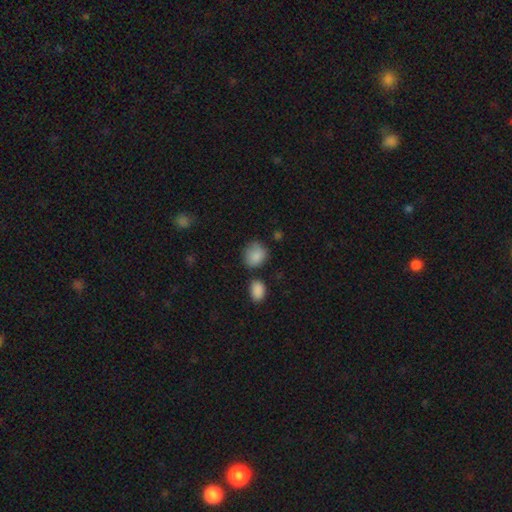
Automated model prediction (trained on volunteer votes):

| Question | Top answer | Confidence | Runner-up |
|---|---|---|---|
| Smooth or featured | smooth | 87% | star or artifact (8%) |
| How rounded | round | 63% | in between (36%) |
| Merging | none | 65% | minor disturbance (22%) |